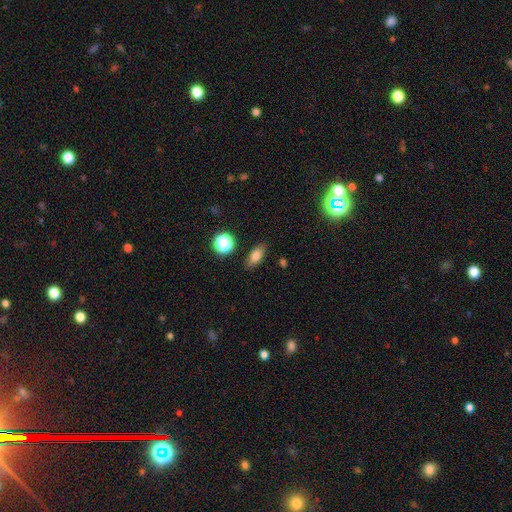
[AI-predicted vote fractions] A smooth galaxy with no disk features (79%) that is in between round and cigar-shaped (81%). Merging: none (84%).